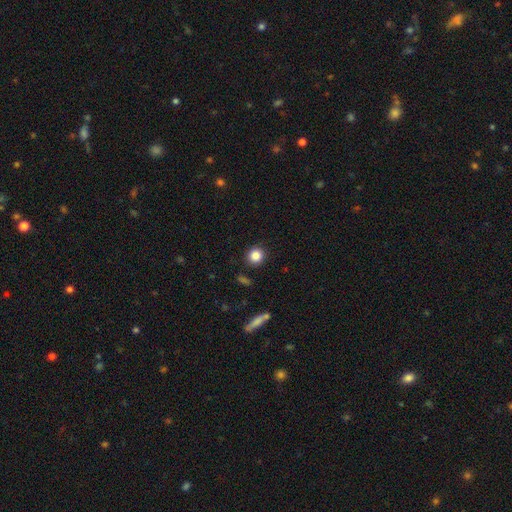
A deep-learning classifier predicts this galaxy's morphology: smooth-or-featured: smooth: 85% | star or artifact: 10% | featured or disk: 5%
  how-rounded: round: 90% | in between: 9% | cigar-shaped: 1%
  merging: none: 89% | minor disturbance: 7% | major disturbance: 2% | merger: 2%